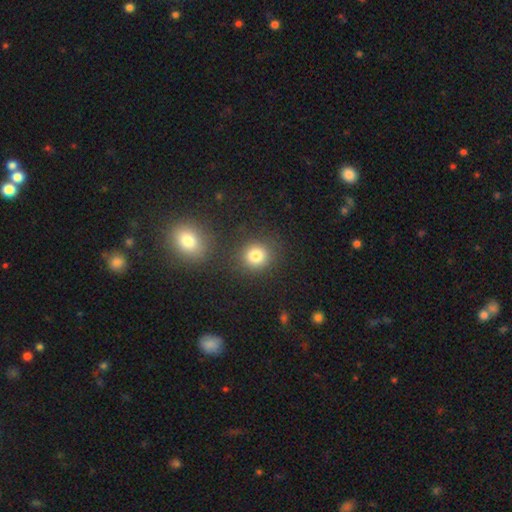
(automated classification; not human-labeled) smooth_or_featured: smooth (p=0.81) [alt: star or artifact p=0.12]
how_rounded: round (p=0.83) [alt: in between p=0.16]
merging: none (p=0.81) [alt: minor disturbance p=0.08]